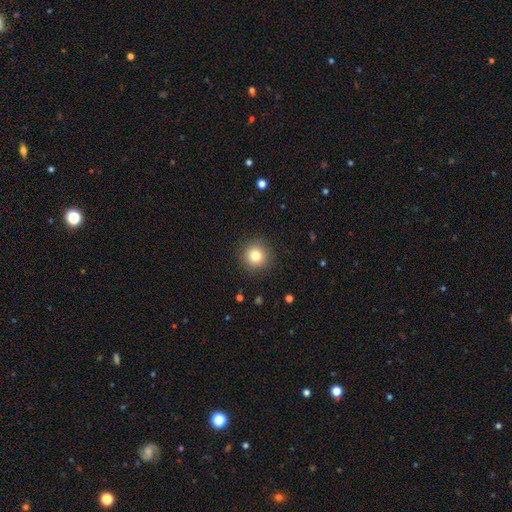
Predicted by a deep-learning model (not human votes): Overall: smooth (81%). How rounded: round (92%). Merging: none (90%).